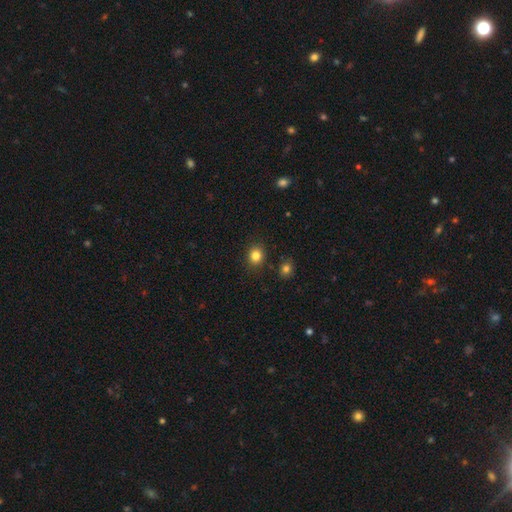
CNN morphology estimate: This appears to be a smooth galaxy with no disk features (83%) that is round (74%). Merging: none (88%).